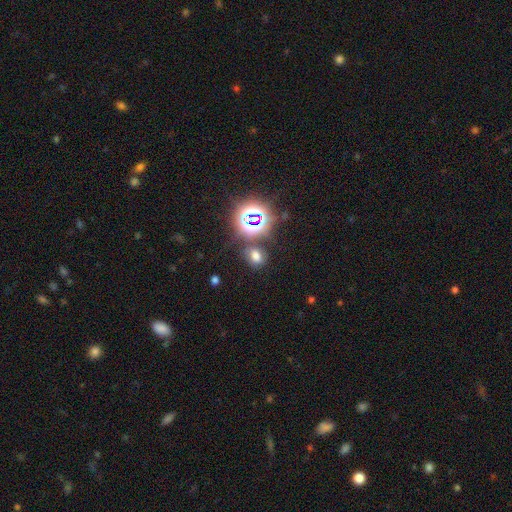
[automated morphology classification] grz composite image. It shows a smooth galaxy with no disk features (57%) that is in between round and cigar-shaped (56%). Merging: none (73%).